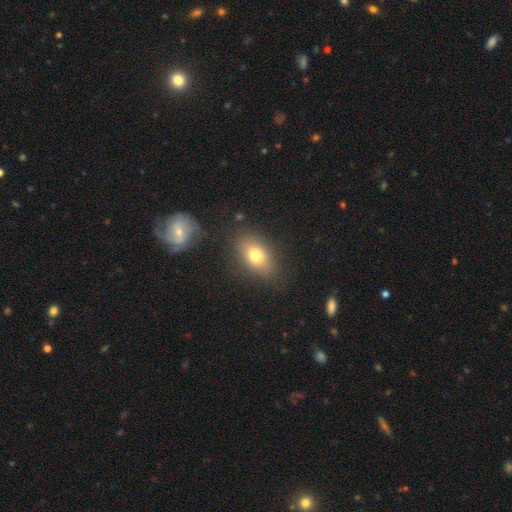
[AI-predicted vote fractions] Morphology: type=smooth (75%); roundness=in between (84%); merging=none (82%).